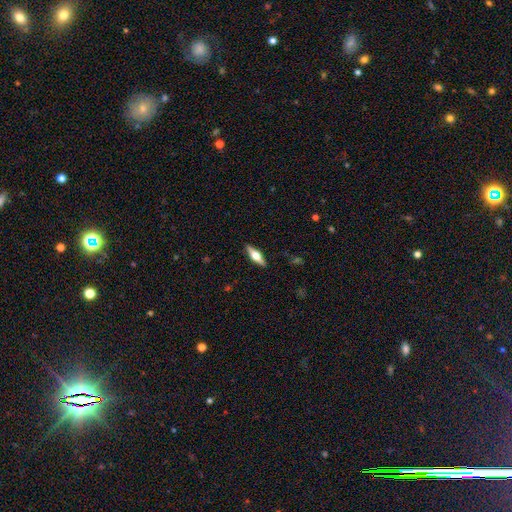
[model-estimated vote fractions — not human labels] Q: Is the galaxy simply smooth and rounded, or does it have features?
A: featured or disk — 60%.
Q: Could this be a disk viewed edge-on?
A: yes — 95%.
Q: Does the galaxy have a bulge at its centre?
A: rounded — 94%.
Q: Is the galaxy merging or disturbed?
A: none — 90%.